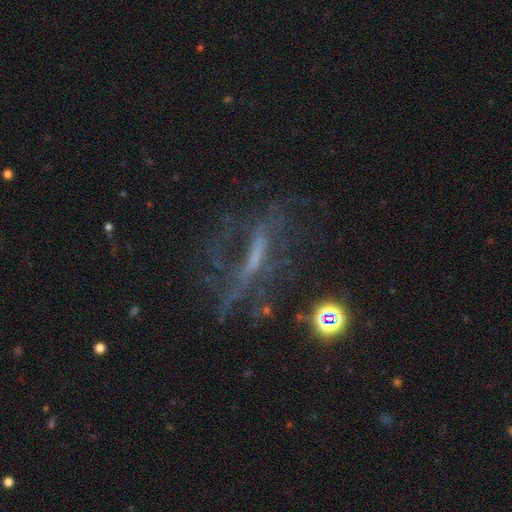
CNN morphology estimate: featured or disk 61%, star or artifact 22%, smooth 17%. Down the decision tree: edge-on disk — no (66%); merging — none (47%).